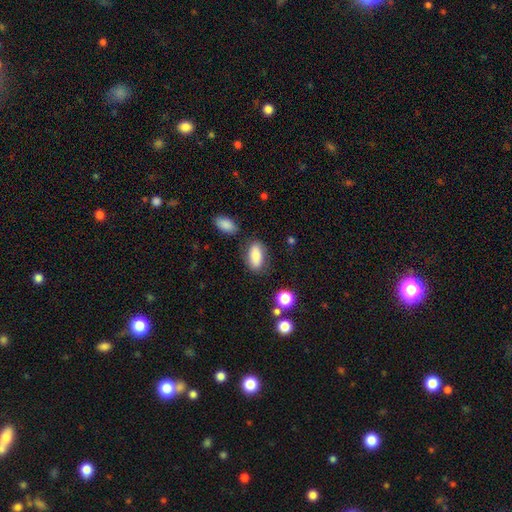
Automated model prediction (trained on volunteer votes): A smooth galaxy with no disk features (81%) that is in between round and cigar-shaped (87%). Merging: none (76%).